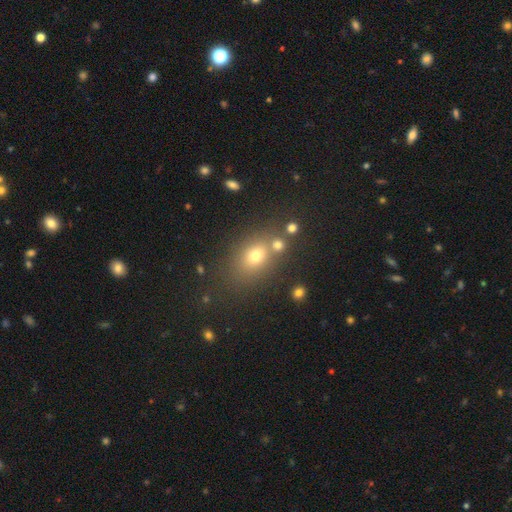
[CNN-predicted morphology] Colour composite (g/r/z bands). It shows a smooth galaxy with no disk features (65%) that is in between round and cigar-shaped (61%). Merging: none (68%).